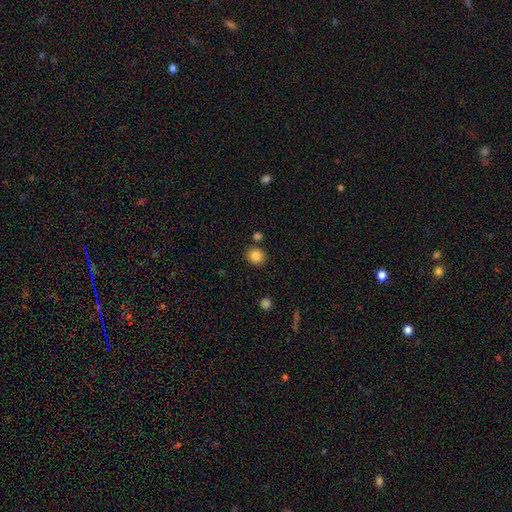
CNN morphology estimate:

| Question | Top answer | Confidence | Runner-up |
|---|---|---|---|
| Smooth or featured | smooth | 85% | star or artifact (10%) |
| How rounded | round | 81% | in between (18%) |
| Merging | none | 83% | minor disturbance (8%) |